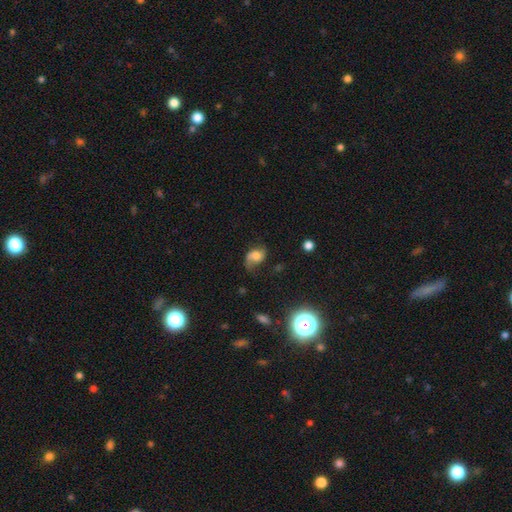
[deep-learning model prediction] Morphology: type=featured or disk (50%); merging=none (47%).